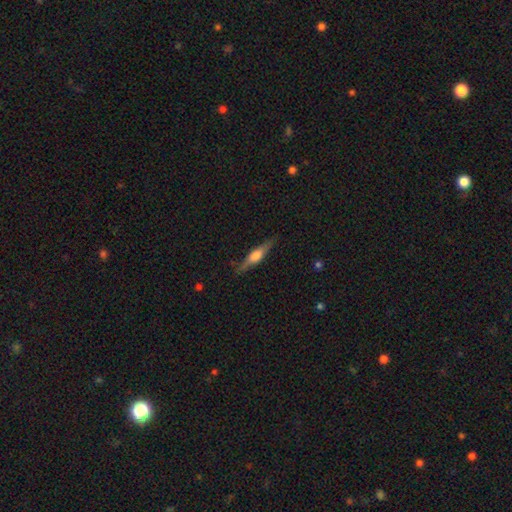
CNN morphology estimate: This appears to be a featured or disk galaxy (64%) viewed edge-on (96%) with a rounded central bulge (78%). Merging: none (85%).